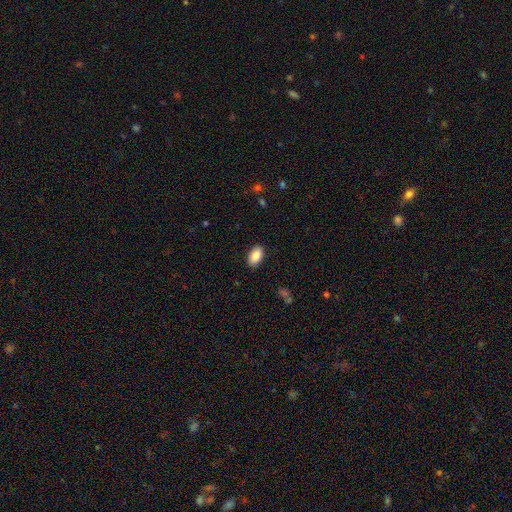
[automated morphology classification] The model was most divided on "merging": none: 89%, minor disturbance: 8%, major disturbance: 2%, merger: 1%. More confident: how rounded — in between (94%); smooth or featured — smooth (88%).